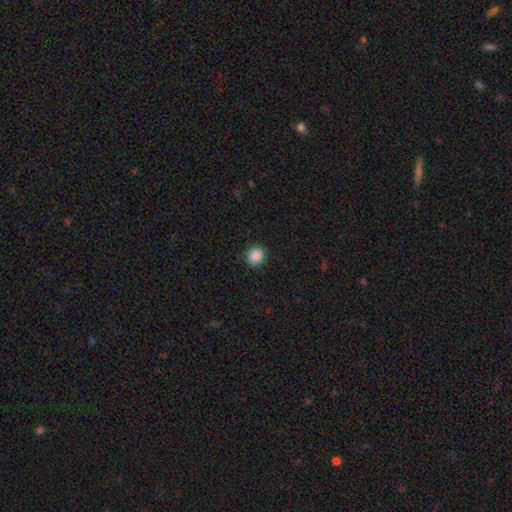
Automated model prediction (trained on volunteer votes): Smooth or featured? Predicted: smooth (p=0.87). How rounded? Predicted: round (p=0.83). Merging? Predicted: none (p=0.89).